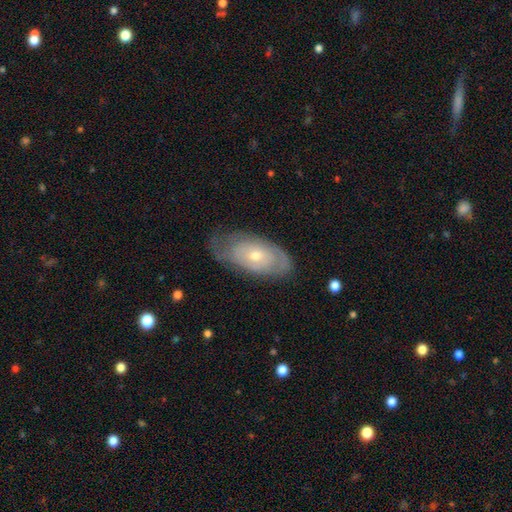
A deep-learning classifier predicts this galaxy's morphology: Q: Smooth or featured?
A: featured or disk (64%); runner-up: smooth (30%)
Q: Edge-on disk?
A: no (89%); runner-up: yes (11%)
Q: Bar?
A: no (82%); runner-up: weak (15%)
Q: Spiral arms?
A: yes (66%); runner-up: no (34%)
Q: Bulge size?
A: small (52%); runner-up: moderate (44%)
Q: Merging?
A: none (66%); runner-up: minor disturbance (25%)